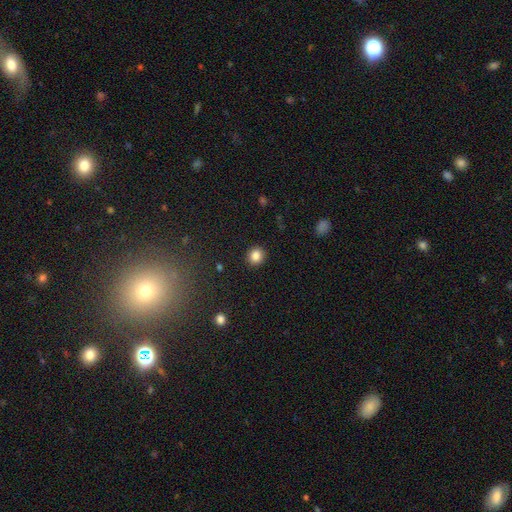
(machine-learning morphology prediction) Smooth or featured? smooth (85%)
How rounded? round (85%)
Merging? none (91%)